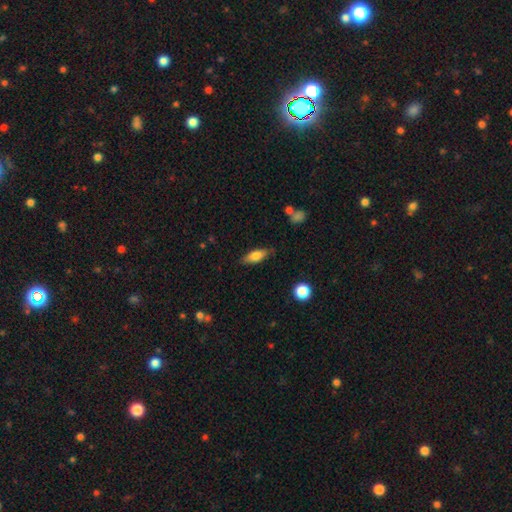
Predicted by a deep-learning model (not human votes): smooth_or_featured: smooth (p=0.75) [alt: featured or disk p=0.18]
how_rounded: in between (p=0.72) [alt: cigar-shaped p=0.25]
merging: none (p=0.79) [alt: minor disturbance p=0.16]